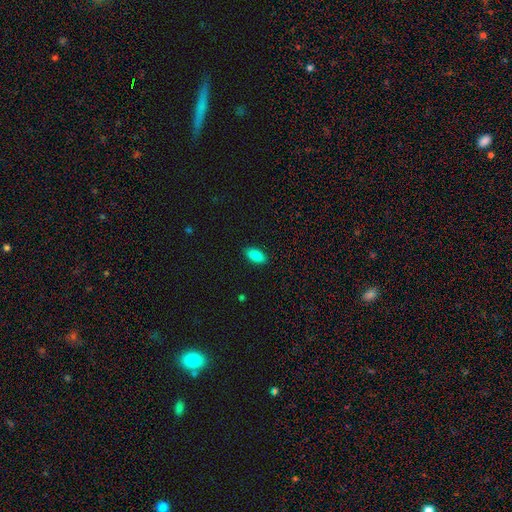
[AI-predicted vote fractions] Overall: smooth (87%). How rounded: in between (91%). Merging: none (90%).